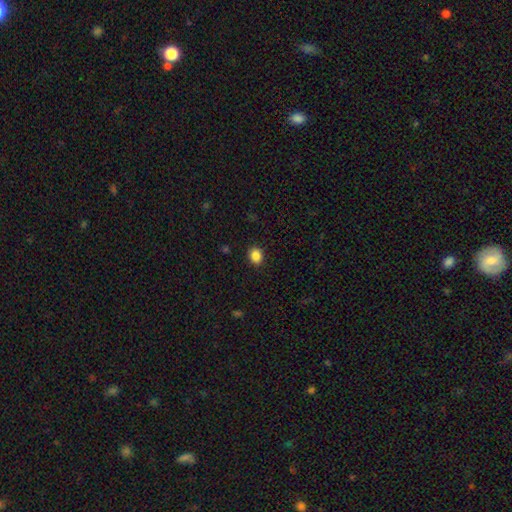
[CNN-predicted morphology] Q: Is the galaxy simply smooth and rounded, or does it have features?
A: smooth — 87%.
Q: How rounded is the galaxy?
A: round — 64%.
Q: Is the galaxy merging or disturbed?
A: none — 89%.